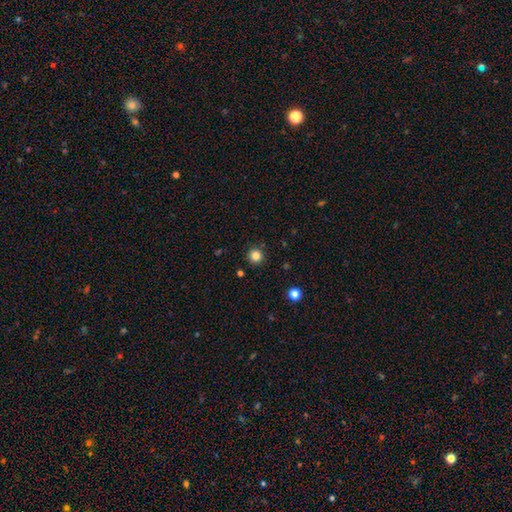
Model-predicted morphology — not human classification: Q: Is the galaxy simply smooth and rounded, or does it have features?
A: smooth — 84%.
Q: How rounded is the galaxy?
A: round — 96%.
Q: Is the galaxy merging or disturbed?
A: none — 91%.